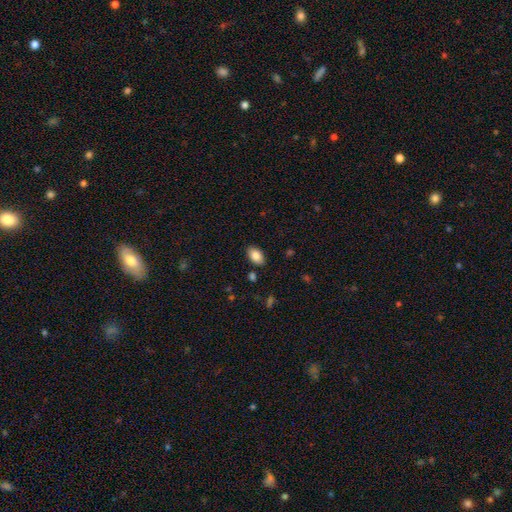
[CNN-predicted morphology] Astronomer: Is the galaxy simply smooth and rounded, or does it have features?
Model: smooth — 85%.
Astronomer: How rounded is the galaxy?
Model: in between — 92%.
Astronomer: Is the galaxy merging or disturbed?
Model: none — 86%.